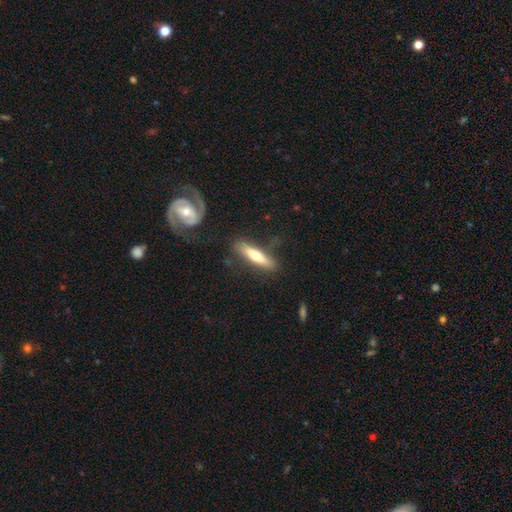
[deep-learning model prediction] The model was most divided on "smooth or featured": smooth: 55%, featured or disk: 40%, star or artifact: 5%. More confident: how rounded — cigar-shaped (79%); merging — none (79%).